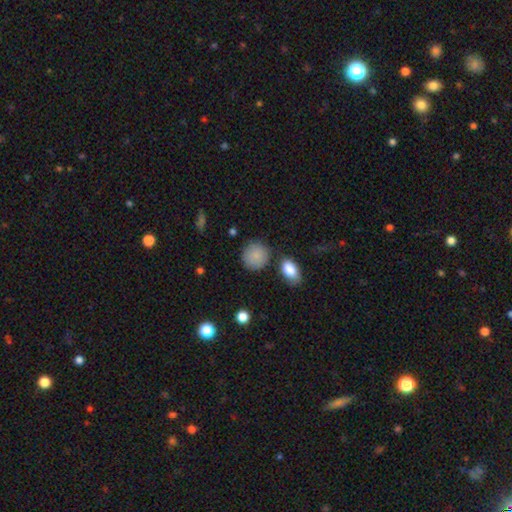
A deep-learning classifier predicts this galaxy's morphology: This is clearly a smooth galaxy (86%). How rounded: clearly round (87%). Merging: likely none (78%).